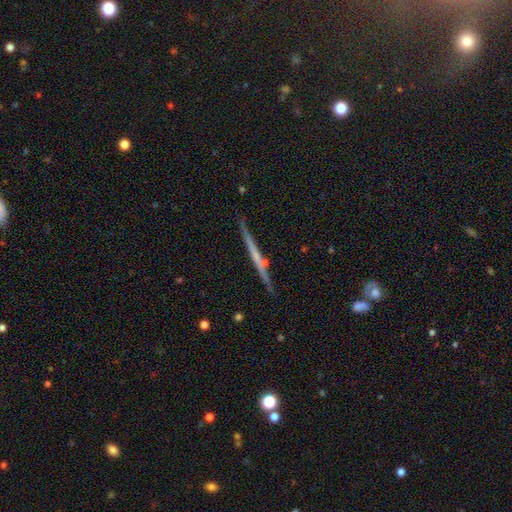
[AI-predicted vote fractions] Q: Smooth or featured?
A: featured or disk (65%); runner-up: smooth (28%)
Q: Edge-on disk?
A: yes (97%); runner-up: no (3%)
Q: Edge-on bulge?
A: none (74%); runner-up: rounded (20%)
Q: Merging?
A: none (85%); runner-up: minor disturbance (9%)